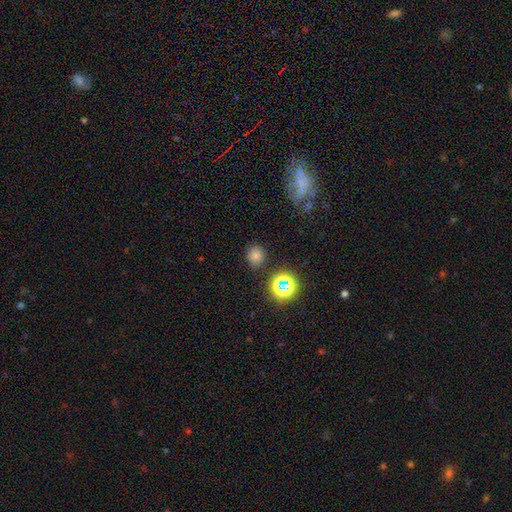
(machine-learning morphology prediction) type=smooth (74%); roundness=round (78%); merging=none (84%).